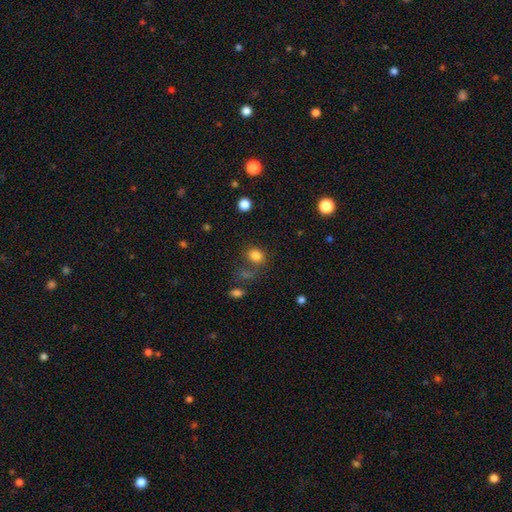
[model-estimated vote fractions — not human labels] The model was most divided on "how rounded": round: 69%, in between: 30%, cigar-shaped: 1%. More confident: smooth or featured — smooth (81%); merging — none (66%).